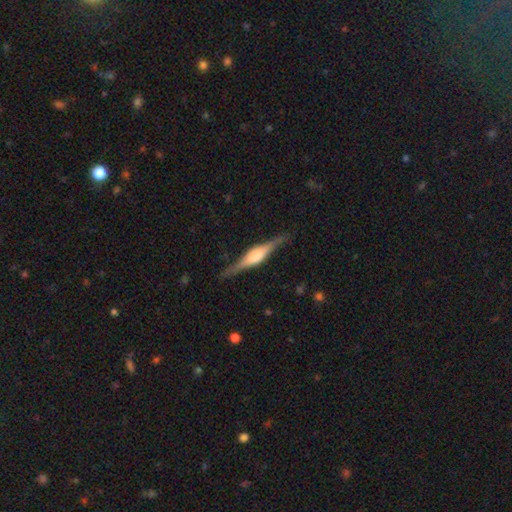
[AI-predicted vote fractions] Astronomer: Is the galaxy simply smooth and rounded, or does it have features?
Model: featured or disk — 79%.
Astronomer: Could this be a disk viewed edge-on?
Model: yes — 98%.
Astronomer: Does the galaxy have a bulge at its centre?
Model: rounded — 73%.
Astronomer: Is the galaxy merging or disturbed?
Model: none — 87%.